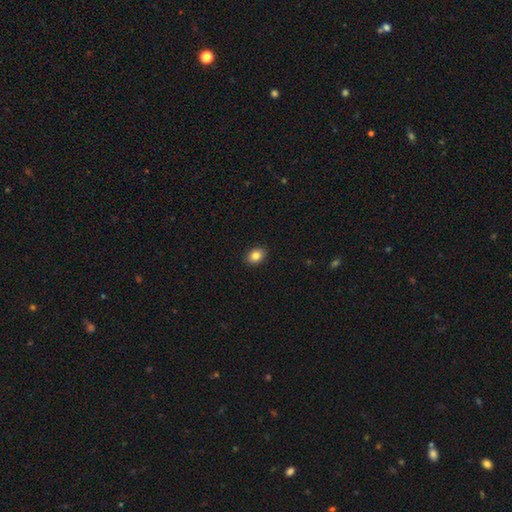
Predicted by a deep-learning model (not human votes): smooth-or-featured: smooth: 83% | star or artifact: 9% | featured or disk: 7%
  how-rounded: in between: 66% | round: 33% | cigar-shaped: 1%
  merging: none: 90% | minor disturbance: 7% | major disturbance: 2% | merger: 1%